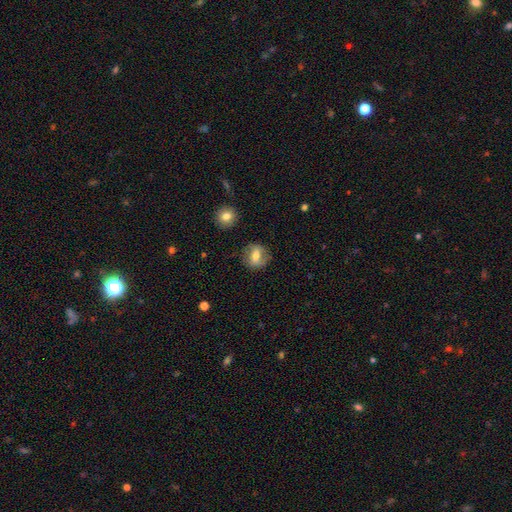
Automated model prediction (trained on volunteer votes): This appears to be a smooth galaxy with no disk features (52%) that is round (63%). Merging: none (79%).